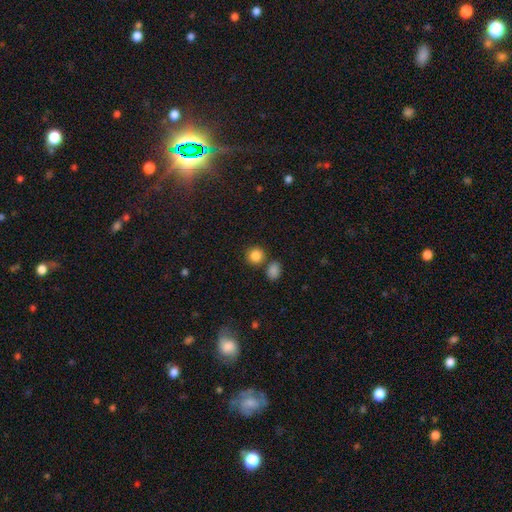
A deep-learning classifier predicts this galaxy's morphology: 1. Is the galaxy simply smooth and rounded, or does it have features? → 86% smooth, 10% star or artifact, 4% featured or disk.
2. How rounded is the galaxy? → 87% round, 12% in between, 1% cigar-shaped.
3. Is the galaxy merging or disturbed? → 74% none, 16% merger, 8% minor disturbance, 3% major disturbance.